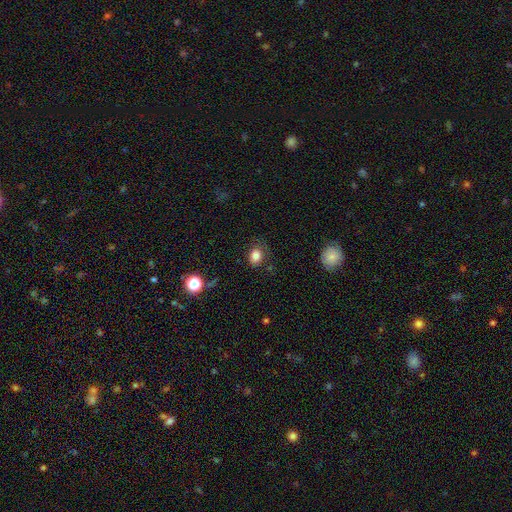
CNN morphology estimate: type=smooth (83%); roundness=in between (63%); merging=none (69%).